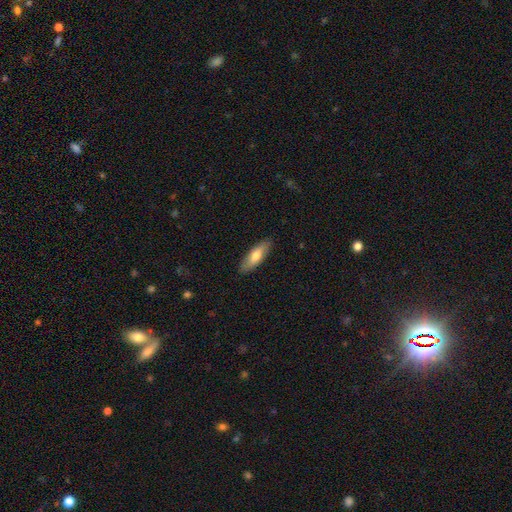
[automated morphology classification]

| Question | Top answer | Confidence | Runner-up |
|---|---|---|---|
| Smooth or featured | smooth | 71% | featured or disk (23%) |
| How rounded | in between | 54% | cigar-shaped (44%) |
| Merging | none | 87% | minor disturbance (10%) |